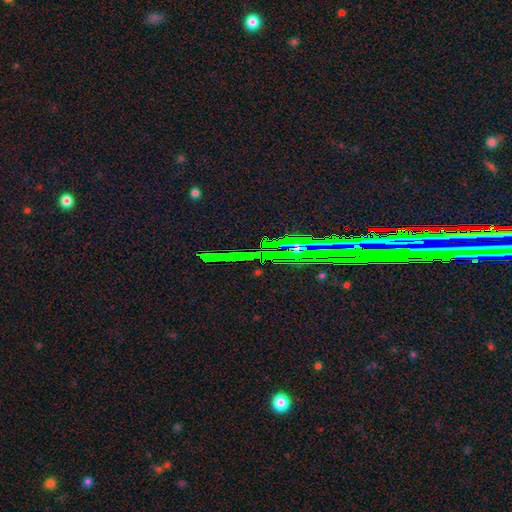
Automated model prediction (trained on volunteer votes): This appears to be a star or artifact, not a galaxy (77%).